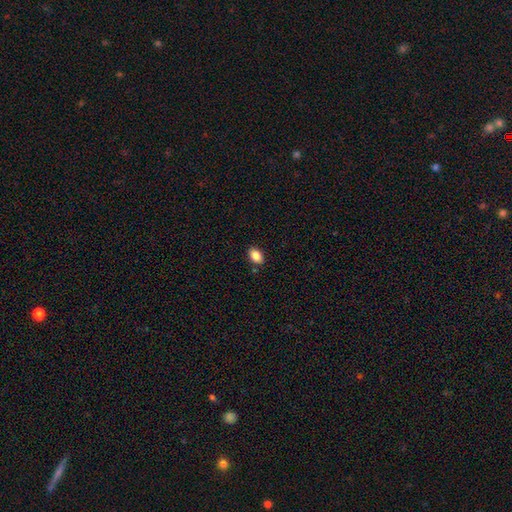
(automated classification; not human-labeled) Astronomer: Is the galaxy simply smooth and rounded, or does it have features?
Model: smooth — 88%.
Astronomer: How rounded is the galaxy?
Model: in between — 85%.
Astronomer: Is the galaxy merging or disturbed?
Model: none — 86%.